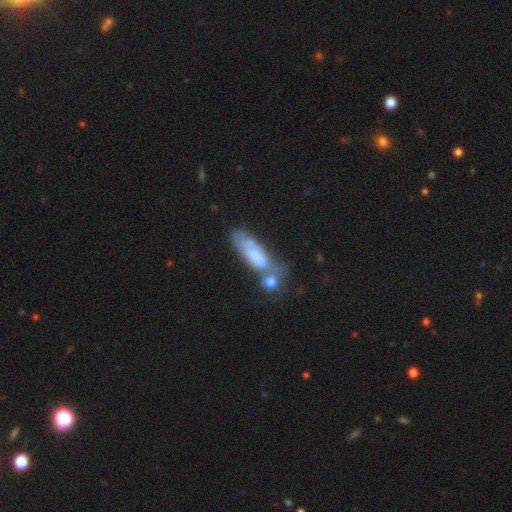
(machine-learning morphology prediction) Smooth or featured?
  - smooth: 58% *
  - featured or disk: 34%
  - star or artifact: 9%
How rounded?
  - in between: 54% *
  - cigar-shaped: 43%
  - round: 3%
Merging?
  - merger: 37% *
  - none: 33%
  - minor disturbance: 19%
  - major disturbance: 12%